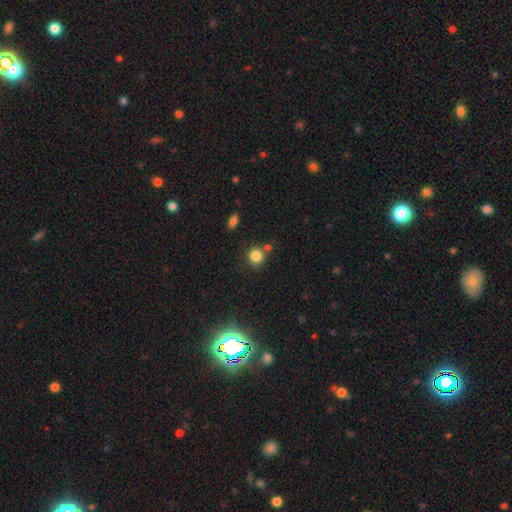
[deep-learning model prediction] Overall: smooth (82%). How rounded: round (89%). Merging: none (72%).